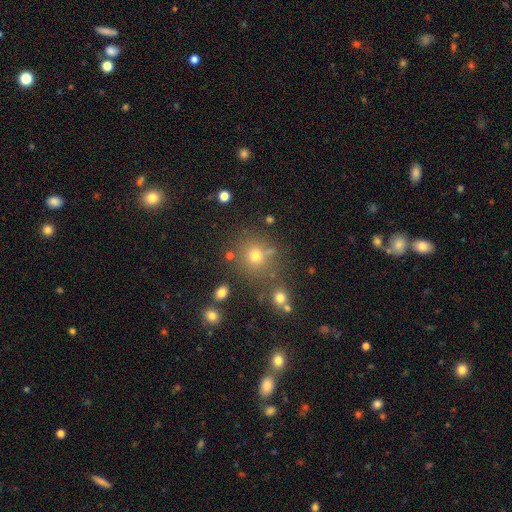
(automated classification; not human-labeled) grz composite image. It shows a smooth galaxy with no disk features (68%) that is round (86%). Merging: none (71%).